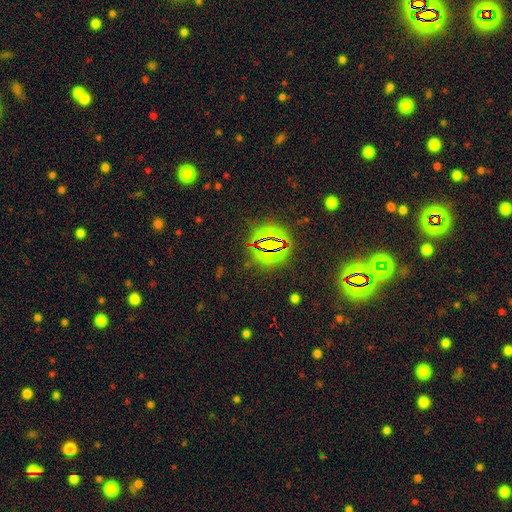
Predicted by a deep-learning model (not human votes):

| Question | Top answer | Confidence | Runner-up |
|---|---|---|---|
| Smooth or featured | star or artifact | 79% | smooth (13%) |